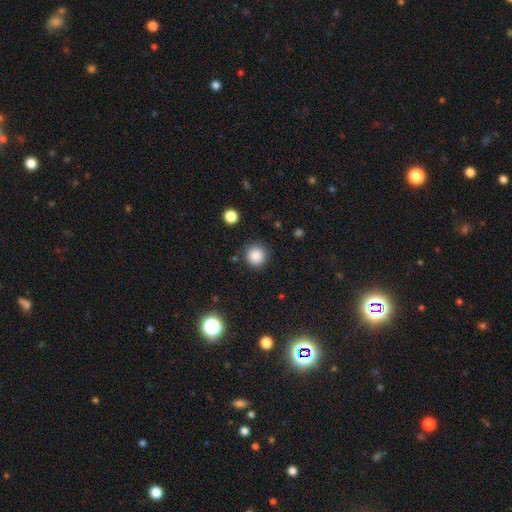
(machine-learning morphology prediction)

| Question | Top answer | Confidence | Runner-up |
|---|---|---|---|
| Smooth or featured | smooth | 86% | star or artifact (11%) |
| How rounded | round | 94% | in between (5%) |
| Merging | none | 86% | minor disturbance (9%) |